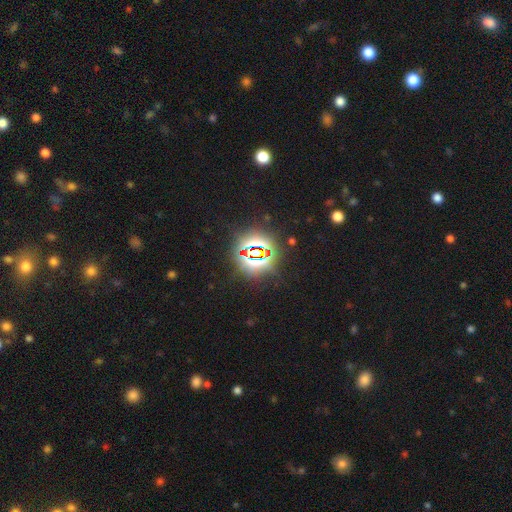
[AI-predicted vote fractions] Smooth or featured? Predicted: star or artifact (p=0.80).